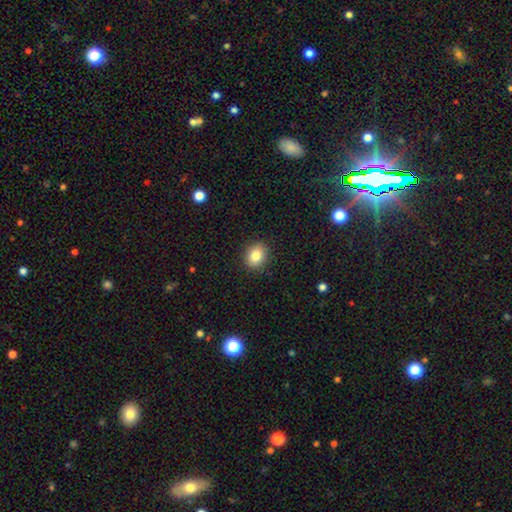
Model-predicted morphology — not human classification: A smooth galaxy with no disk features (83%) that is round (58%).

Vote fractions:
- Smooth or featured? smooth: 83% / star or artifact: 10% / featured or disk: 7%
- How rounded? round: 58% / in between: 41% / cigar-shaped: 1%
- Merging? none: 90% / minor disturbance: 7% / major disturbance: 2% / merger: 1%